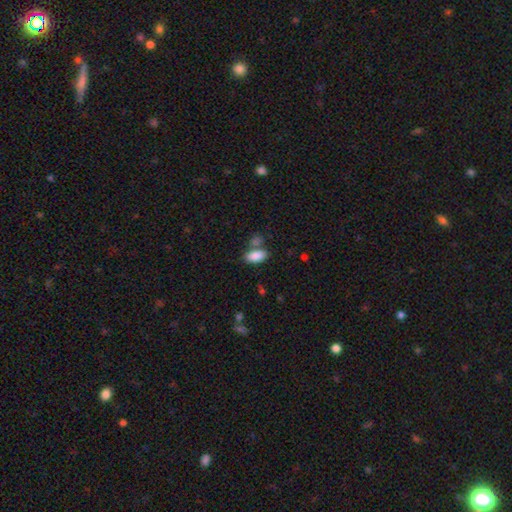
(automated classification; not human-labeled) smooth_or_featured: smooth (p=0.87) [alt: star or artifact p=0.08]
how_rounded: in between (p=0.90) [alt: cigar-shaped p=0.07]
merging: none (p=0.59) [alt: merger p=0.23]